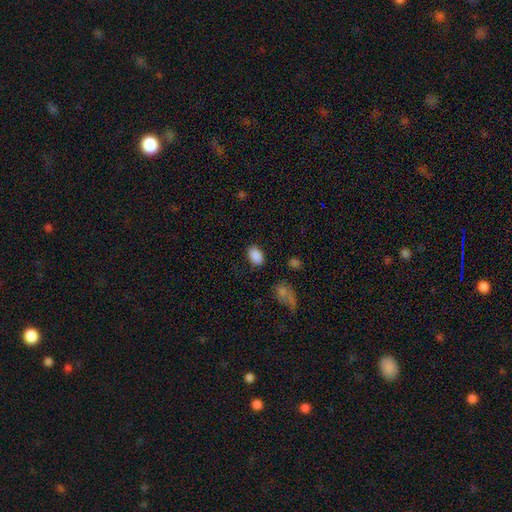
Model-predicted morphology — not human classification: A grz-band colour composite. It shows a smooth galaxy with no disk features (88%) that is in between round and cigar-shaped (86%). Merging: none (84%).